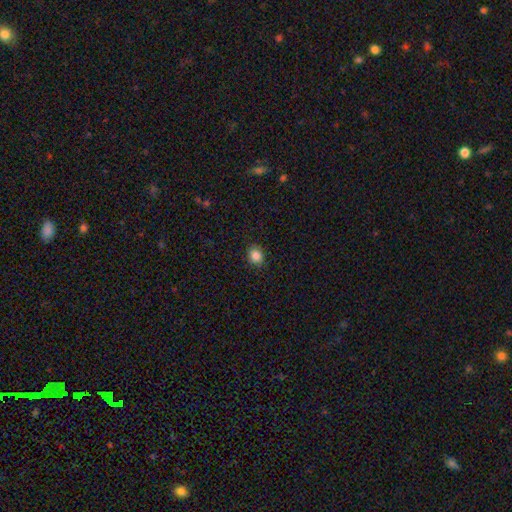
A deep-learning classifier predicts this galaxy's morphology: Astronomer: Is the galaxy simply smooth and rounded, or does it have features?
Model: smooth — 86%.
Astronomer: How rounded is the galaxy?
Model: round — 69%.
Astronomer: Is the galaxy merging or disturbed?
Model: none — 89%.